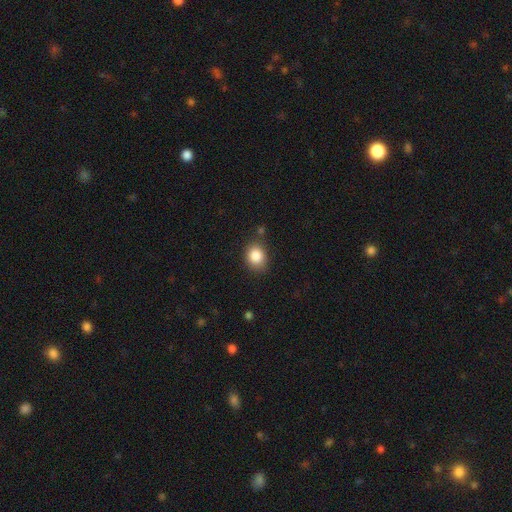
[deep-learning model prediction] This appears to be a smooth galaxy with no disk features (85%) that is round (56%). Merging: none (76%).